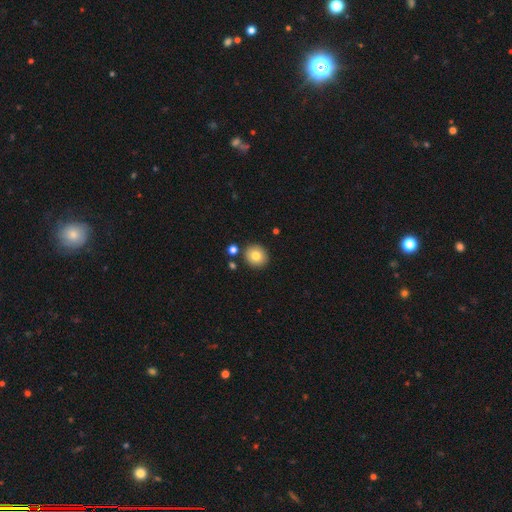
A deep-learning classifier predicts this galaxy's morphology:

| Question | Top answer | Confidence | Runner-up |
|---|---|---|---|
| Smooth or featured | smooth | 81% | star or artifact (10%) |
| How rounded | round | 87% | in between (12%) |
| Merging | none | 86% | minor disturbance (7%) |